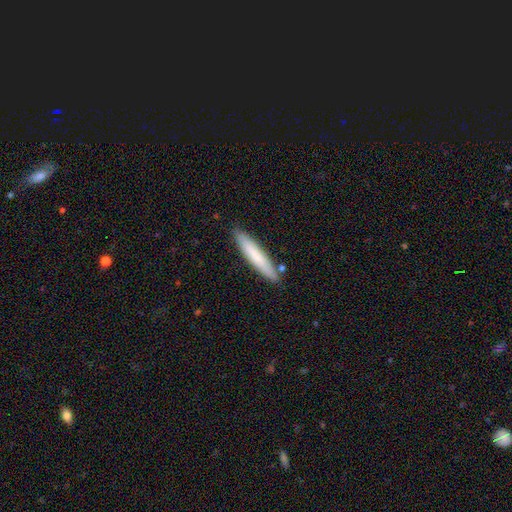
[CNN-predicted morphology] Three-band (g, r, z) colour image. It shows a smooth galaxy with no disk features (74%) that is cigar-shaped (92%). Merging: none (86%).